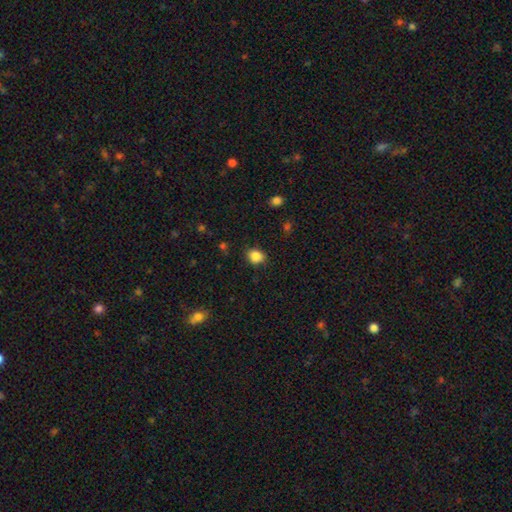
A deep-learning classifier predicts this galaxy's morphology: smooth-or-featured: smooth: 86% | star or artifact: 10% | featured or disk: 4%
  how-rounded: round: 59% | in between: 41% | cigar-shaped: 1%
  merging: none: 82% | minor disturbance: 13% | major disturbance: 3% | merger: 1%